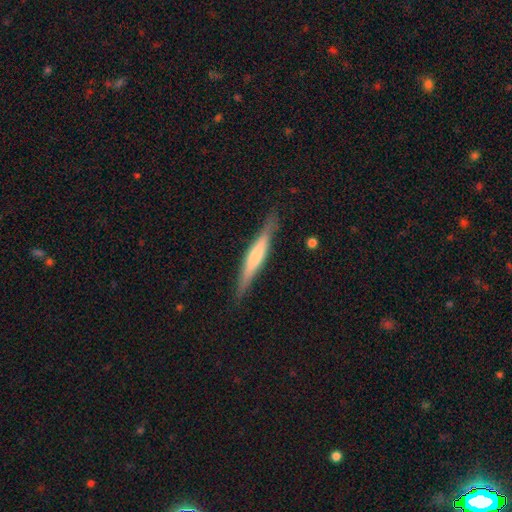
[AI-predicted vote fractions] The model was most divided on "smooth or featured": featured or disk: 51%, smooth: 44%, star or artifact: 6%. More confident: edge-on disk — yes (95%); merging — none (86%).